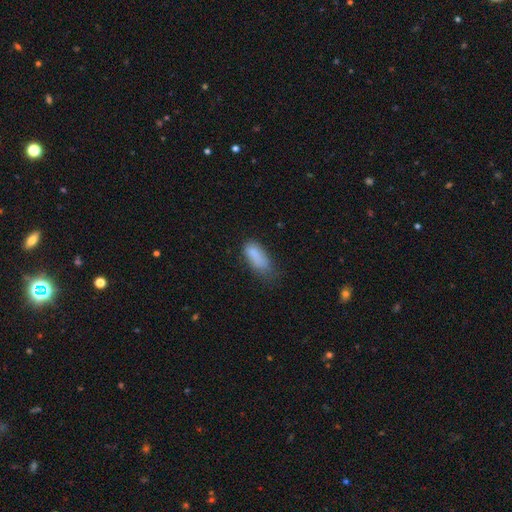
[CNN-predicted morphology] The model was most divided on "merging": minor disturbance: 39%, none: 37%, major disturbance: 20%, merger: 4%. More confident: smooth or featured — smooth (82%); how rounded — in between (81%).